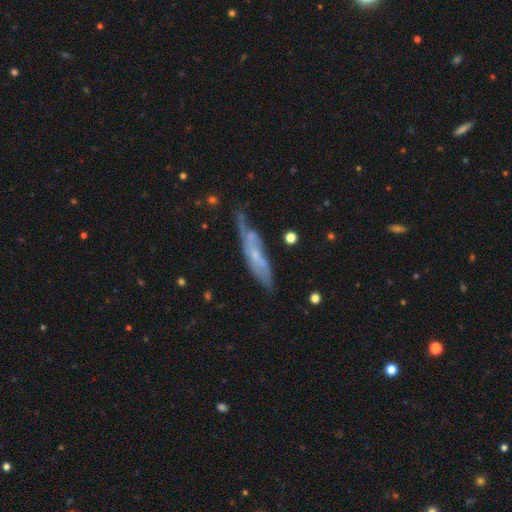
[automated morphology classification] The model was most divided on "edge-on disk": no: 52%, yes: 48%. Remaining: smooth or featured — featured or disk (59%); merging — none (48%).